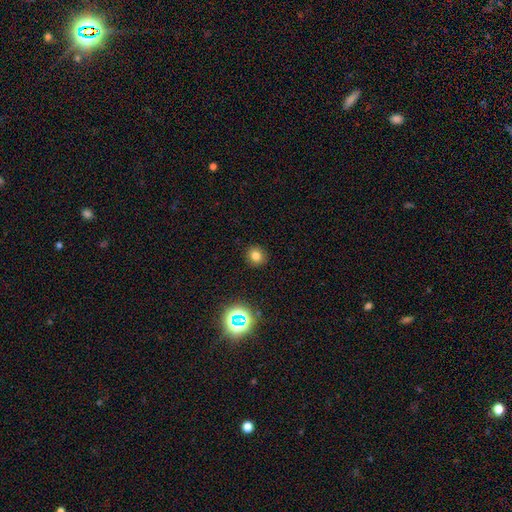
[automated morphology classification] A smooth galaxy with no disk features (76%) that is round (86%).

Vote fractions:
- Smooth or featured? smooth: 76% / star or artifact: 17% / featured or disk: 7%
- How rounded? round: 86% / in between: 13% / cigar-shaped: 1%
- Merging? none: 90% / minor disturbance: 7% / major disturbance: 2% / merger: 1%